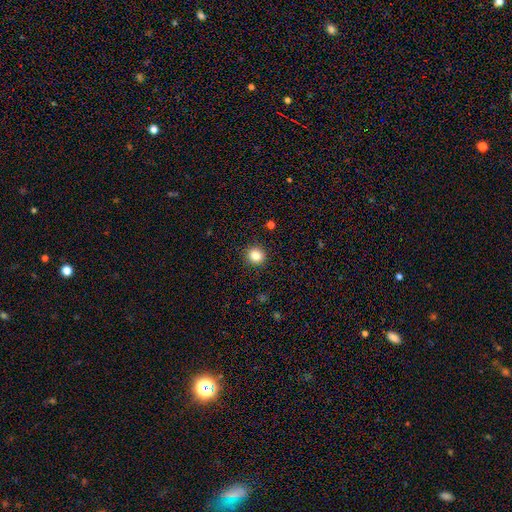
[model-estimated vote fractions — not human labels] A smooth galaxy with no disk features (84%) that is round (88%). Merging: none (92%).